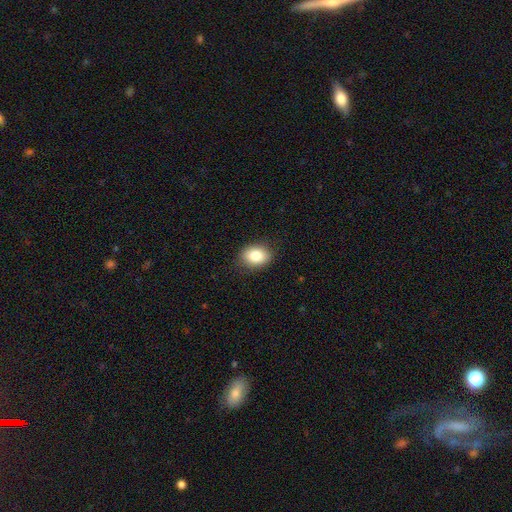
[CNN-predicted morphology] Smooth or featured?
  - smooth: 85% *
  - star or artifact: 9%
  - featured or disk: 7%
How rounded?
  - in between: 65% *
  - round: 34%
  - cigar-shaped: 1%
Merging?
  - none: 87% *
  - minor disturbance: 10%
  - major disturbance: 2%
  - merger: 1%